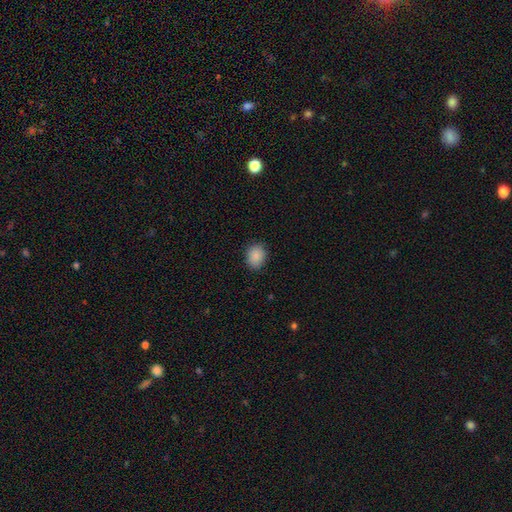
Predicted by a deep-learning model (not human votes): A smooth galaxy with no disk features (89%) that is round (53%).

Vote fractions:
- Smooth or featured? smooth: 89% / star or artifact: 8% / featured or disk: 3%
- How rounded? round: 53% / in between: 46% / cigar-shaped: 1%
- Merging? none: 87% / minor disturbance: 9% / major disturbance: 2% / merger: 1%